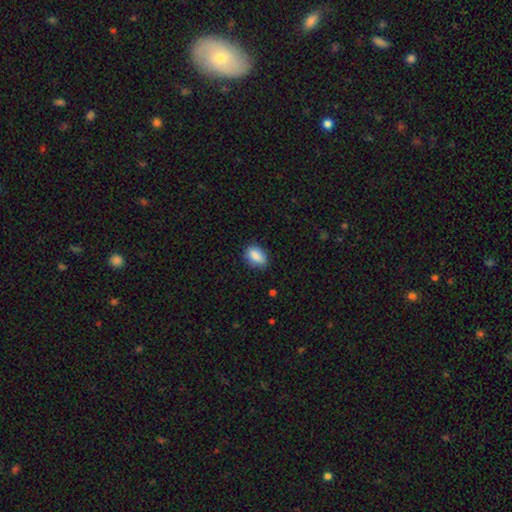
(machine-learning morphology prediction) Smooth or featured? Predicted: smooth (p=0.87). How rounded? Predicted: in between (p=0.83). Merging? Predicted: none (p=0.78).